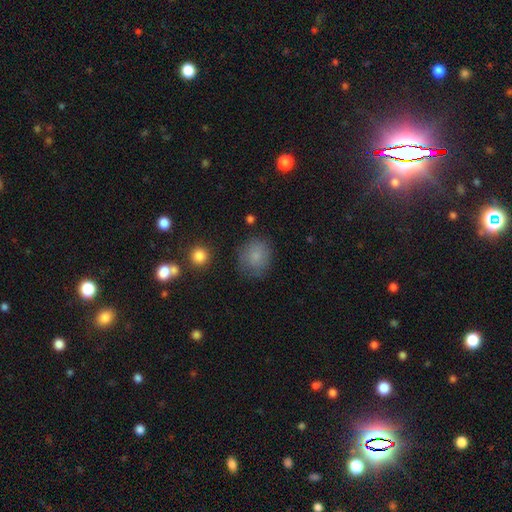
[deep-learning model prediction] smooth_or_featured: smooth (p=0.80) [alt: star or artifact p=0.11]
how_rounded: round (p=0.70) [alt: in between p=0.29]
merging: none (p=0.75) [alt: minor disturbance p=0.17]